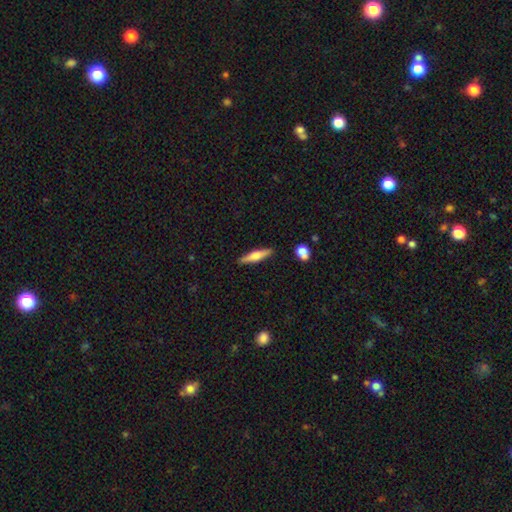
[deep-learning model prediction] This is possibly a smooth galaxy (49%). Merging: clearly none (88%).